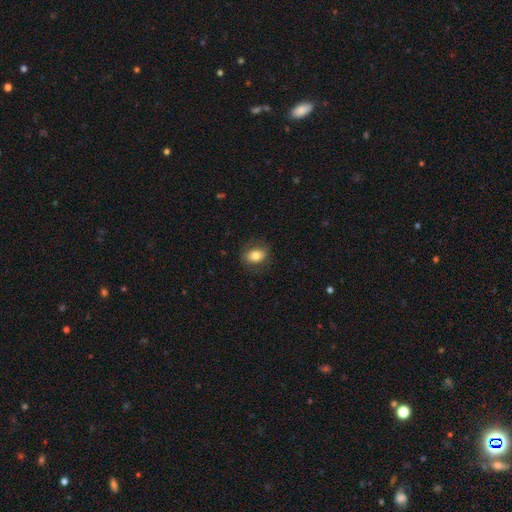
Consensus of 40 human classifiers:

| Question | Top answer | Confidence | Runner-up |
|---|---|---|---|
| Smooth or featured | smooth | 75% | featured or disk (15%) |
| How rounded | round | 50% | tied: in between (50%) |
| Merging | none | 94% | major disturbance (6%) |